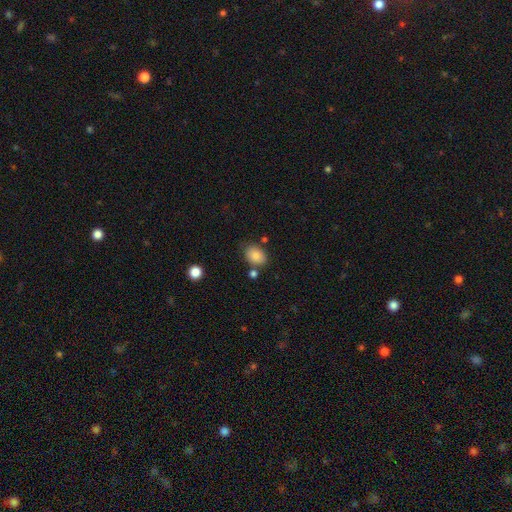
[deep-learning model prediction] A smooth galaxy with no disk features (84%) that is in between round and cigar-shaped (69%).

Vote fractions:
- Smooth or featured? smooth: 84% / star or artifact: 9% / featured or disk: 8%
- How rounded? in between: 69% / round: 30% / cigar-shaped: 1%
- Merging? none: 75% / minor disturbance: 14% / merger: 8% / major disturbance: 3%